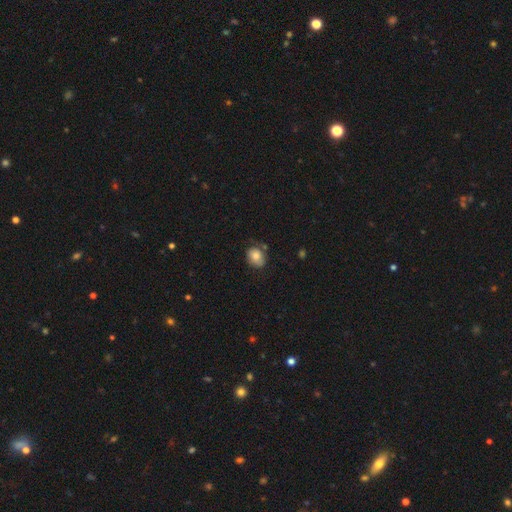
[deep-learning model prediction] A smooth galaxy with no disk features (78%) that is in between round and cigar-shaped (58%). Merging: none (63%).